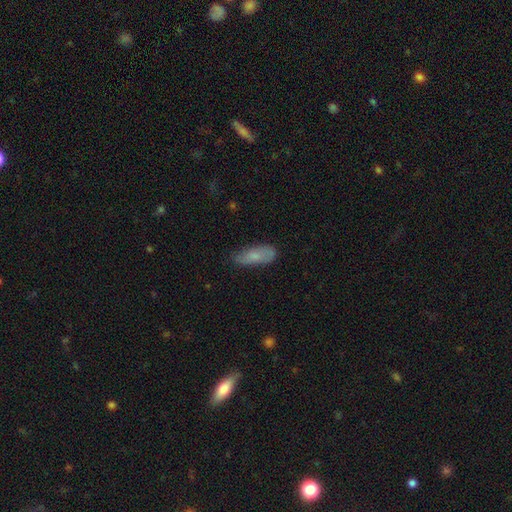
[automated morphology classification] Overall: smooth (75%). How rounded: in between (71%). Merging: none (68%).